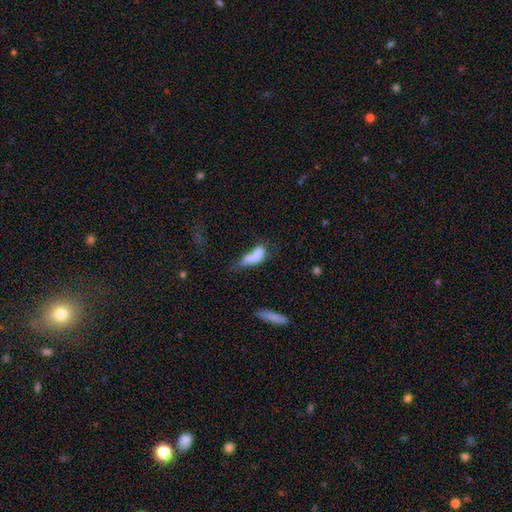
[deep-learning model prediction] Smooth or featured? smooth (69%)
How rounded? in between (64%)
Merging? merger (33%)